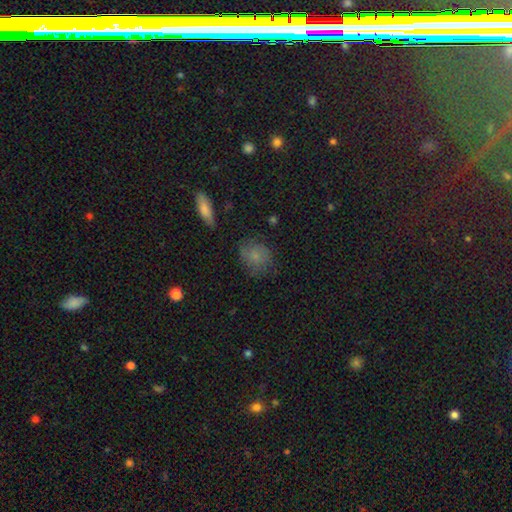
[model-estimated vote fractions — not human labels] smooth-or-featured: smooth: 72% | featured or disk: 17% | star or artifact: 11%
  how-rounded: round: 71% | in between: 27% | cigar-shaped: 2%
  merging: none: 69% | minor disturbance: 22% | major disturbance: 7% | merger: 2%